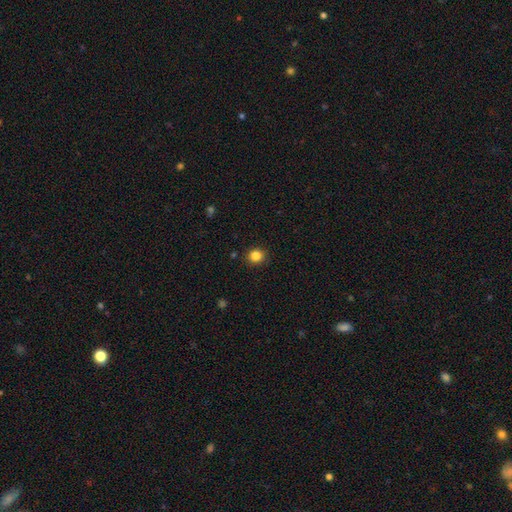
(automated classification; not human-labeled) This appears to be a smooth galaxy with no disk features (84%) that is round (85%). Merging: none (90%).